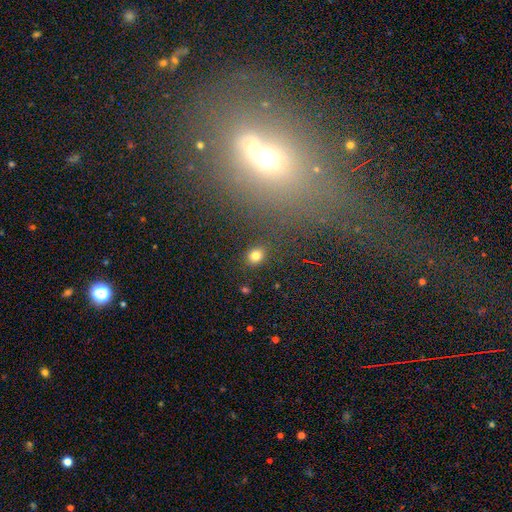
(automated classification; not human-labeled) Smooth or featured? smooth (80%)
How rounded? round (57%)
Merging? none (87%)